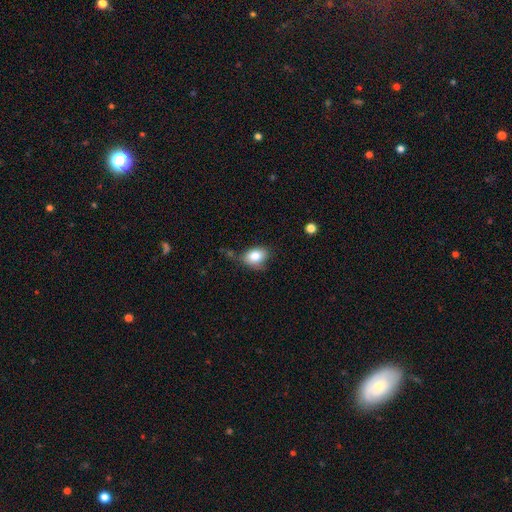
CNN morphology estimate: This is clearly a smooth galaxy (83%). How rounded: likely in between (72%). Merging: likely none (61%).